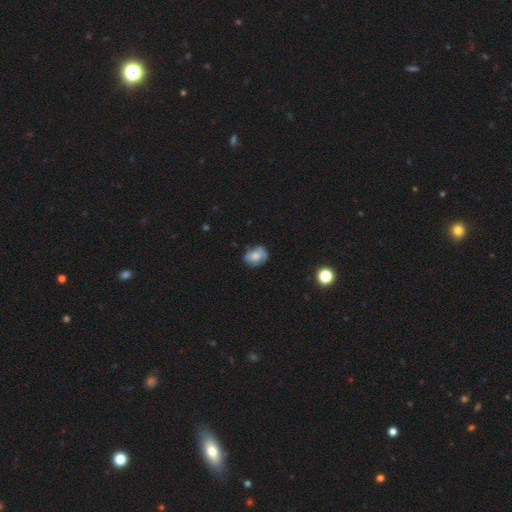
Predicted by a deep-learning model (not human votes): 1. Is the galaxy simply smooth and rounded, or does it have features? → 63% smooth, 28% featured or disk, 9% star or artifact.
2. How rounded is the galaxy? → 57% in between, 41% round, 1% cigar-shaped.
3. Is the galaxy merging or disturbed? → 68% none, 24% minor disturbance, 6% major disturbance, 2% merger.